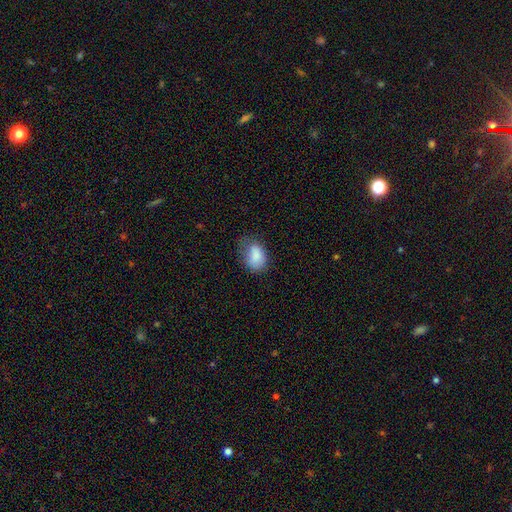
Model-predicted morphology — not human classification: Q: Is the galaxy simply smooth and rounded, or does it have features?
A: smooth — 84%.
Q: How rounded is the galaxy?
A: in between — 82%.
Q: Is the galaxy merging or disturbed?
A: none — 46%.